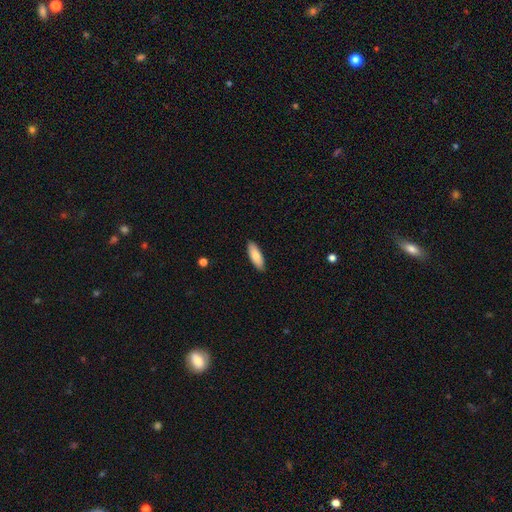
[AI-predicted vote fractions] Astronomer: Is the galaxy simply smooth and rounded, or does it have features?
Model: smooth — 82%.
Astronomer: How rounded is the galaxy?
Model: in between — 67%.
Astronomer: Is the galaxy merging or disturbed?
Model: none — 89%.